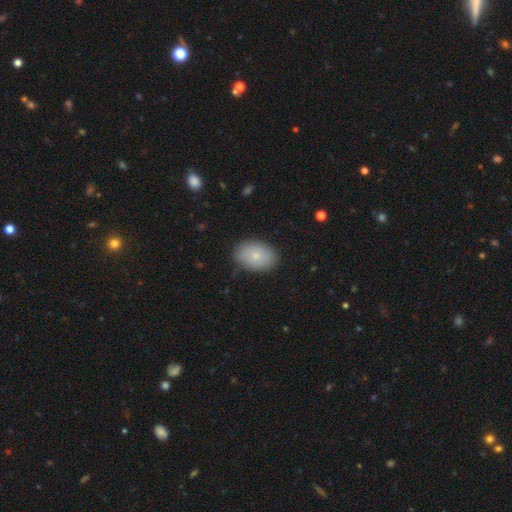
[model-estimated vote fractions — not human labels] smooth 79%, featured or disk 13%, star or artifact 7%. Down the decision tree: how rounded — in between (86%); merging — none (84%).